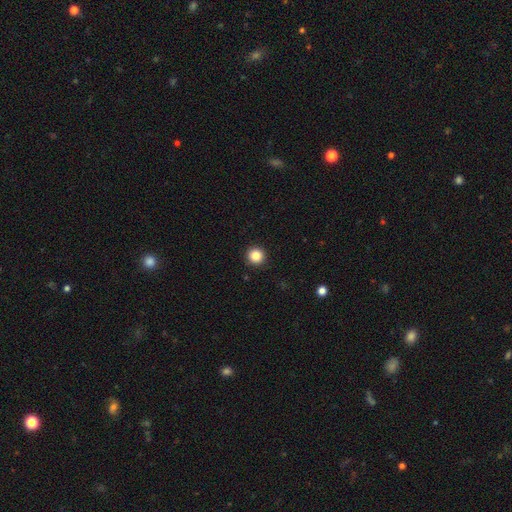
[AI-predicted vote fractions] smooth_or_featured: smooth (p=0.85) [alt: star or artifact p=0.11]
how_rounded: round (p=0.95) [alt: in between p=0.04]
merging: none (p=0.93) [alt: minor disturbance p=0.04]